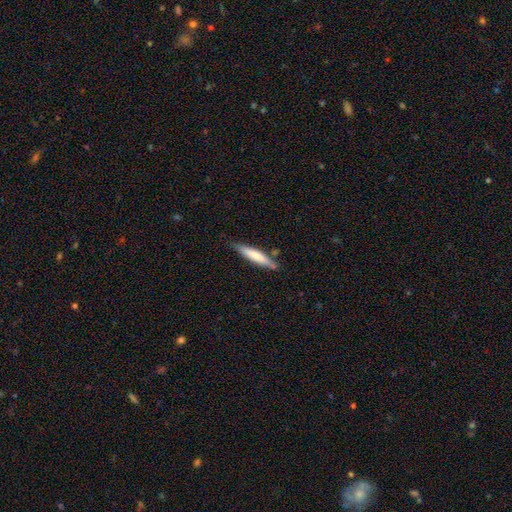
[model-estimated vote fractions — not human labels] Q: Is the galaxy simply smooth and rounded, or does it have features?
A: smooth — 66%.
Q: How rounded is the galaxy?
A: cigar-shaped — 88%.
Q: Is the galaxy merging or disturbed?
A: none — 79%.